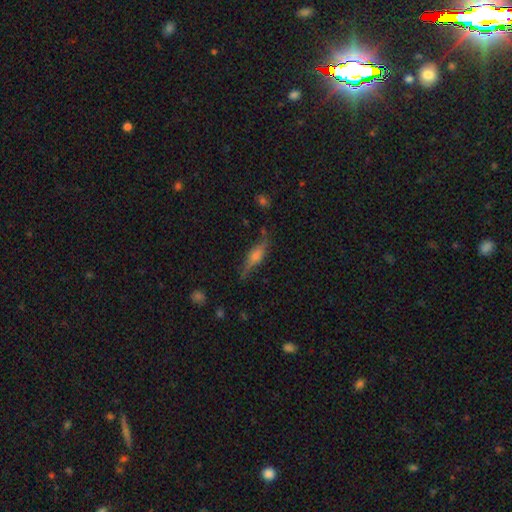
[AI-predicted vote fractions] Smooth or featured? featured or disk (58%)
Edge-on disk? yes (90%)
Edge-on bulge? rounded (76%)
Merging? none (76%)